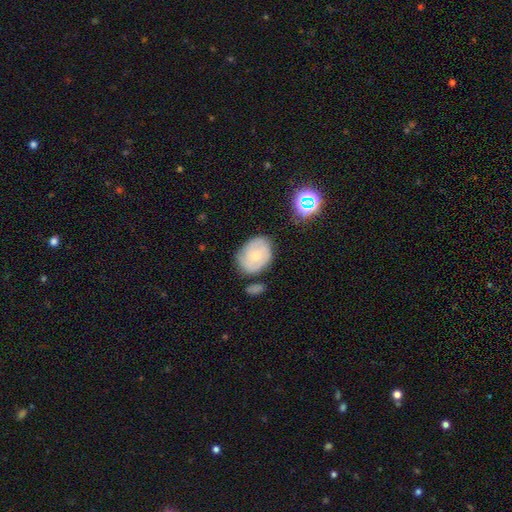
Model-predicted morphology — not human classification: The model was most divided on "smooth or featured": featured or disk: 49%, smooth: 43%, star or artifact: 8%. More confident: merging — none (67%).